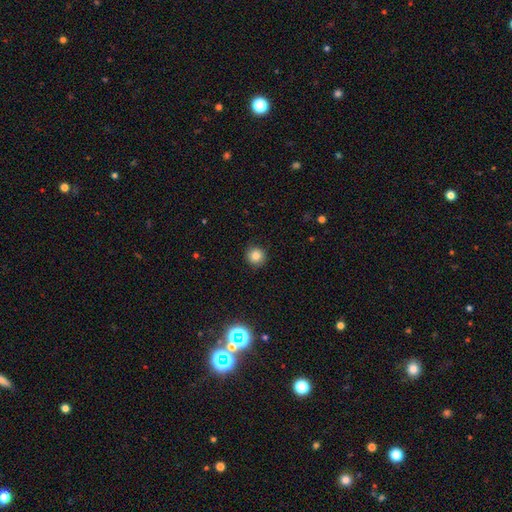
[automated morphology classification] The model was most divided on "smooth or featured": smooth: 83%, star or artifact: 12%, featured or disk: 6%. More confident: how rounded — round (93%); merging — none (90%).